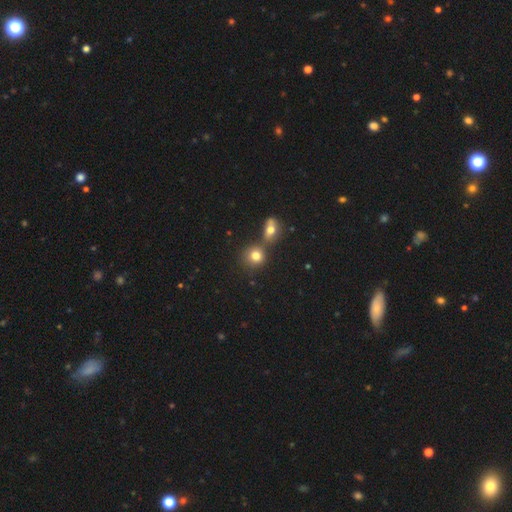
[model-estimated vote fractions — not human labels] Smooth or featured?
  - smooth: 76% *
  - star or artifact: 14%
  - featured or disk: 10%
How rounded?
  - round: 83% *
  - in between: 16%
  - cigar-shaped: 1%
Merging?
  - none: 52% *
  - merger: 36%
  - minor disturbance: 8%
  - major disturbance: 4%